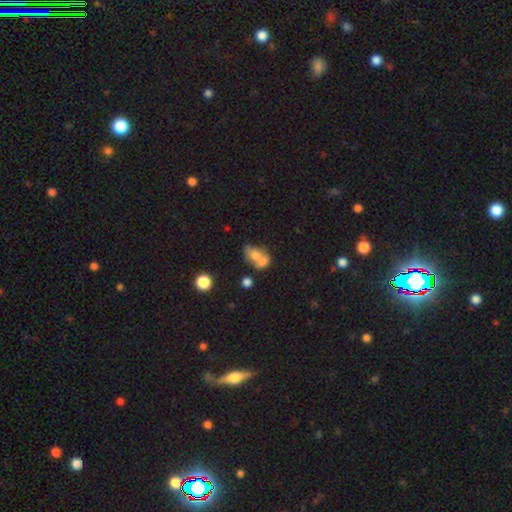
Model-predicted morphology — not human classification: type=smooth (67%); roundness=in between (72%); merging=merger (63%).